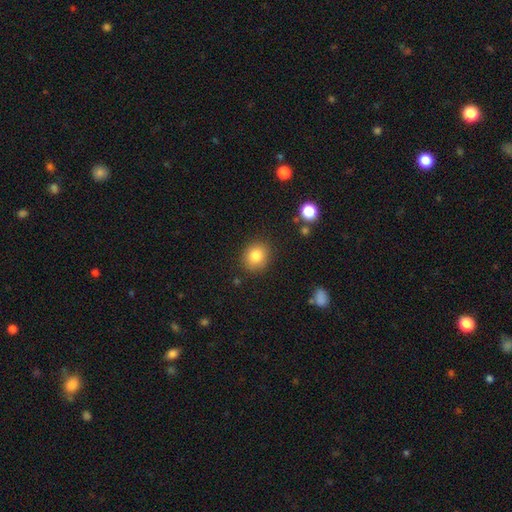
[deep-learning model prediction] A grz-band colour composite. It shows a smooth galaxy with no disk features (82%) that is round (74%). Merging: none (87%).